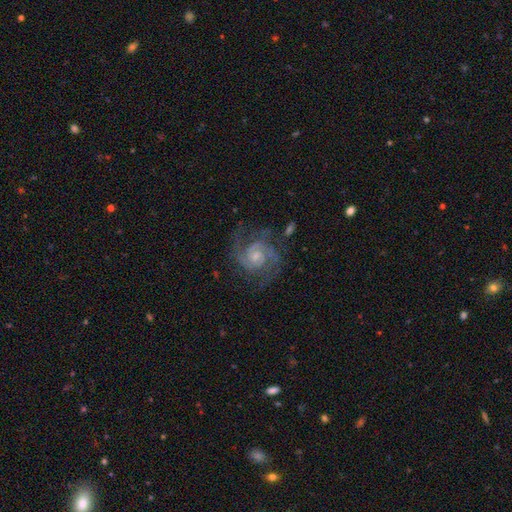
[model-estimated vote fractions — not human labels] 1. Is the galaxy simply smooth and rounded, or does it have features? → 89% featured or disk, 6% star or artifact, 5% smooth.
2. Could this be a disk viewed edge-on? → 98% no, 2% yes.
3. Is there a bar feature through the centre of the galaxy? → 61% no, 33% weak, 7% strong.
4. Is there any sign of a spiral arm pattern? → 98% yes, 2% no.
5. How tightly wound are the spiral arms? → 48% medium, 43% tight, 8% loose.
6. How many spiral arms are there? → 75% 2, 11% 3, 6% can't tell, 3% 4, 2% 1, 2% more than 4.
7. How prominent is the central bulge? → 59% small, 33% moderate, 5% none, 2% large, 1% dominant.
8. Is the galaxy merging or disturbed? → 75% none, 15% minor disturbance, 8% major disturbance, 2% merger.